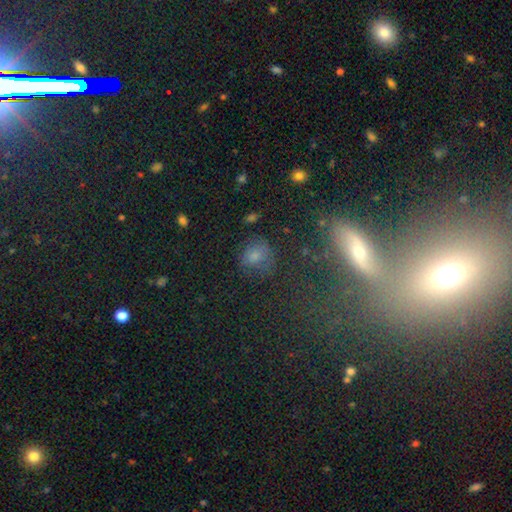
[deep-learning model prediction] A smooth galaxy with no disk features (63%) that is round (67%).

Vote fractions:
- Smooth or featured? smooth: 63% / star or artifact: 23% / featured or disk: 14%
- How rounded? round: 67% / in between: 31% / cigar-shaped: 2%
- Merging? none: 63% / minor disturbance: 22% / major disturbance: 12% / merger: 4%